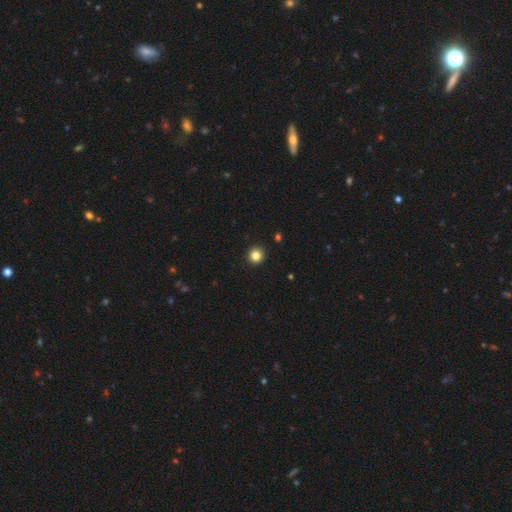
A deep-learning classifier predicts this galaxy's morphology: Smooth or featured? smooth (84%)
How rounded? round (94%)
Merging? none (93%)